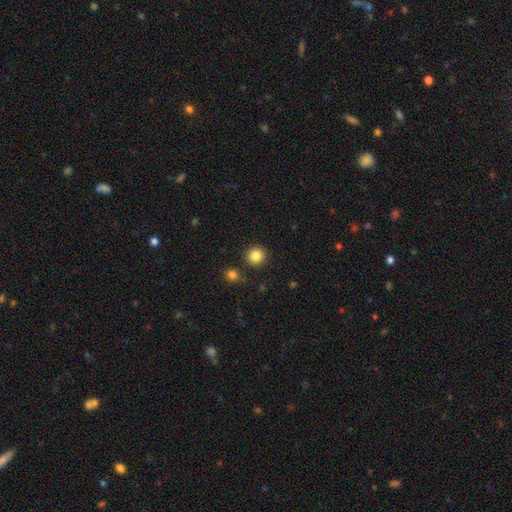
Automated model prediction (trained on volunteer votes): Q: Smooth or featured?
A: smooth (85%); runner-up: star or artifact (10%)
Q: How rounded?
A: round (94%); runner-up: in between (5%)
Q: Merging?
A: none (89%); runner-up: minor disturbance (6%)